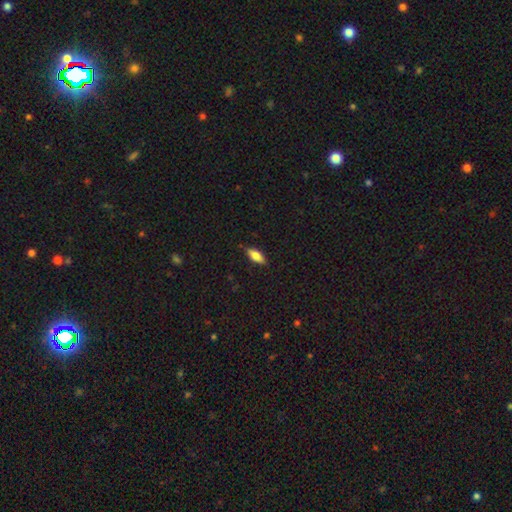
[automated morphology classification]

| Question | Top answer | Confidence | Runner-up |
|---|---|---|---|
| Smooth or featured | smooth | 72% | featured or disk (20%) |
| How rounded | in between | 79% | cigar-shaped (18%) |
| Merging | none | 85% | minor disturbance (12%) |